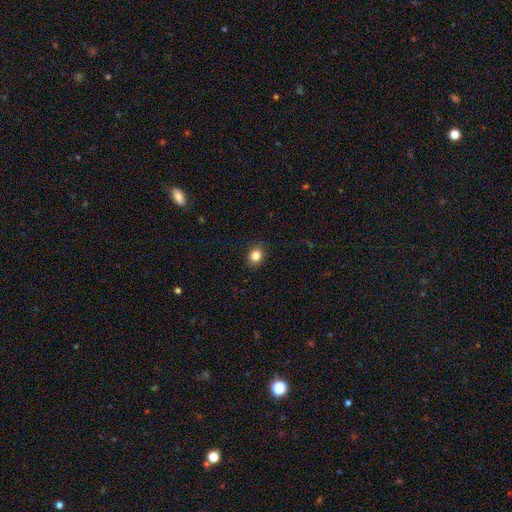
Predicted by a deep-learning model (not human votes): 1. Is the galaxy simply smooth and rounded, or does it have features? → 85% smooth, 11% star or artifact, 5% featured or disk.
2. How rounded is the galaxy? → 66% round, 33% in between, 1% cigar-shaped.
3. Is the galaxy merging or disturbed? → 87% none, 9% minor disturbance, 2% major disturbance, 1% merger.